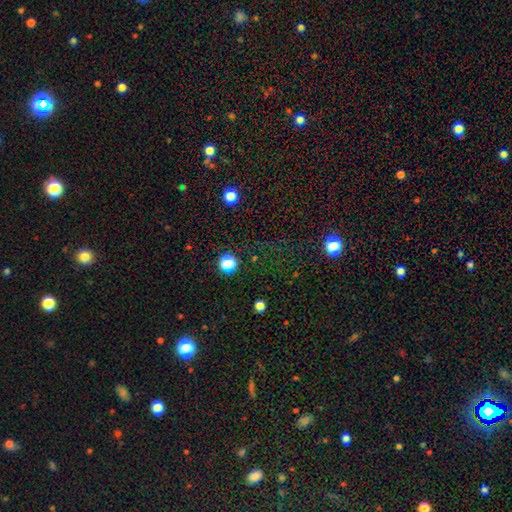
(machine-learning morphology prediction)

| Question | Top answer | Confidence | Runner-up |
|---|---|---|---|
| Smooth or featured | star or artifact | 67% | smooth (25%) |